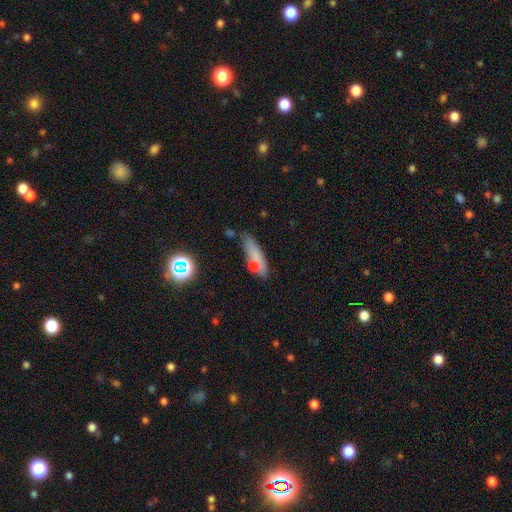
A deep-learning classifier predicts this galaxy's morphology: smooth-or-featured: smooth: 65% | featured or disk: 21% | star or artifact: 14%
  how-rounded: cigar-shaped: 53% | in between: 42% | round: 5%
  merging: none: 53% | minor disturbance: 25% | merger: 13% | major disturbance: 9%